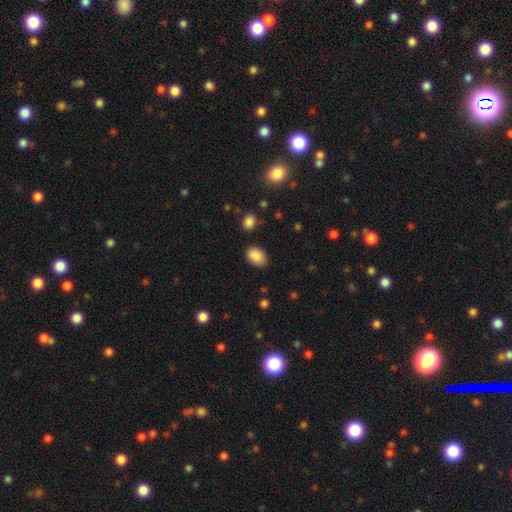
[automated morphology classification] smooth-or-featured: smooth: 88% | star or artifact: 8% | featured or disk: 4%
  how-rounded: in between: 85% | round: 14% | cigar-shaped: 1%
  merging: none: 78% | minor disturbance: 16% | major disturbance: 3% | merger: 2%